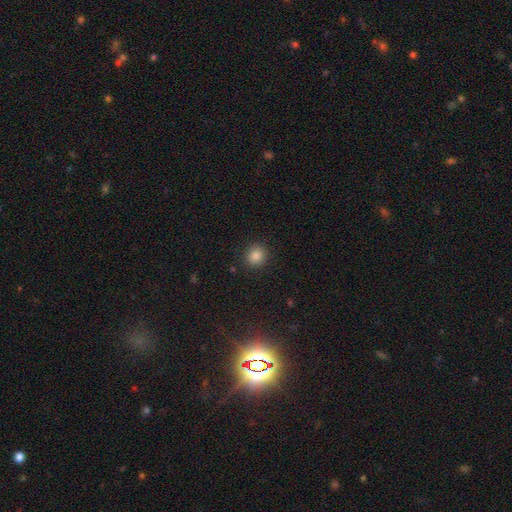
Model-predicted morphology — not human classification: This appears to be a smooth galaxy with no disk features (86%) that is round (85%). Merging: none (90%).